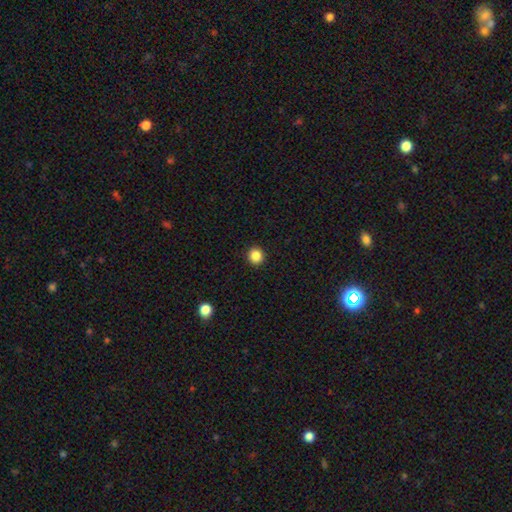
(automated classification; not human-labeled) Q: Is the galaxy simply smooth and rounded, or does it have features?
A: smooth — 86%.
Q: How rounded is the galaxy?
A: round — 93%.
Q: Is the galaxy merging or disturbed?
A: none — 93%.